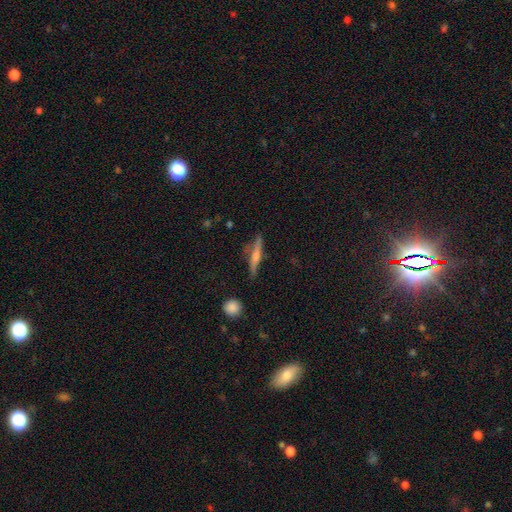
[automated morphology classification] A featured or disk galaxy (52%) viewed edge-on (95%).

Vote fractions:
- Smooth or featured? featured or disk: 52% / smooth: 41% / star or artifact: 7%
- Edge-on disk? yes: 95% / no: 5%
- Merging? none: 80% / minor disturbance: 14% / major disturbance: 3% / merger: 3%